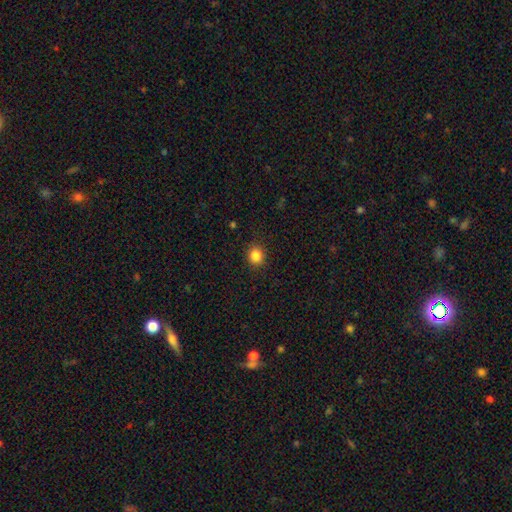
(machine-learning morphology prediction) This is clearly a smooth galaxy (85%). How rounded: clearly round (81%). Merging: clearly none (89%).